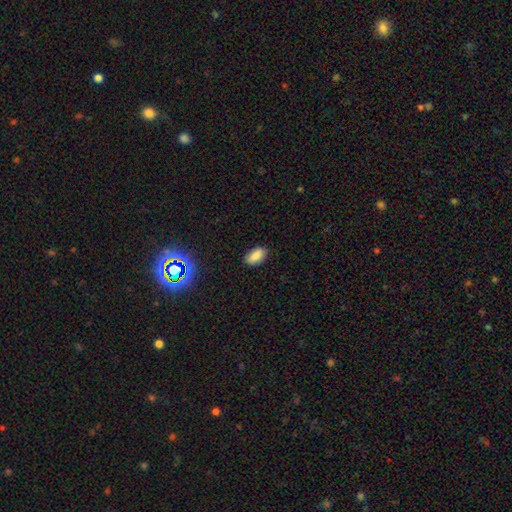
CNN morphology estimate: A smooth galaxy with no disk features (83%) that is in between round and cigar-shaped (92%). Merging: none (84%).